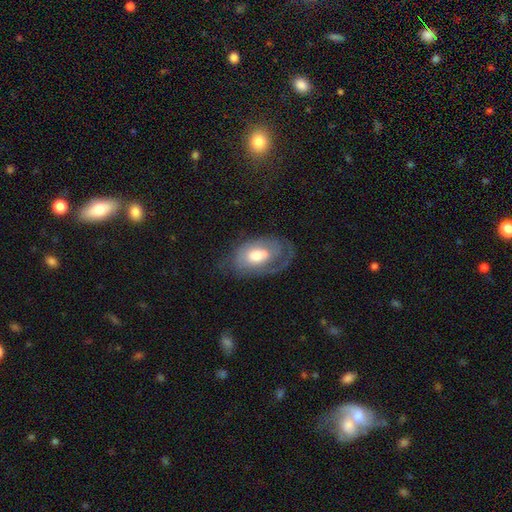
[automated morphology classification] Smooth or featured? Predicted: featured or disk (p=0.54). Edge-on disk? Predicted: no (p=0.94). Bar? Predicted: no (p=0.73). Spiral arms? Predicted: yes (p=0.63). Bulge size? Predicted: moderate (p=0.49). Merging? Predicted: none (p=0.48).